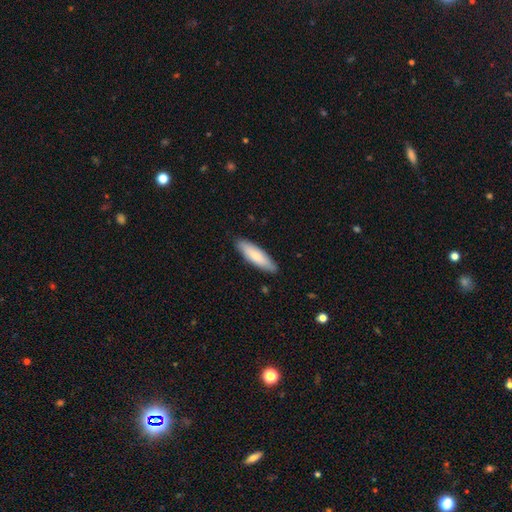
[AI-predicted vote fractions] Morphology: type=smooth (79%); roundness=cigar-shaped (61%); merging=none (88%).